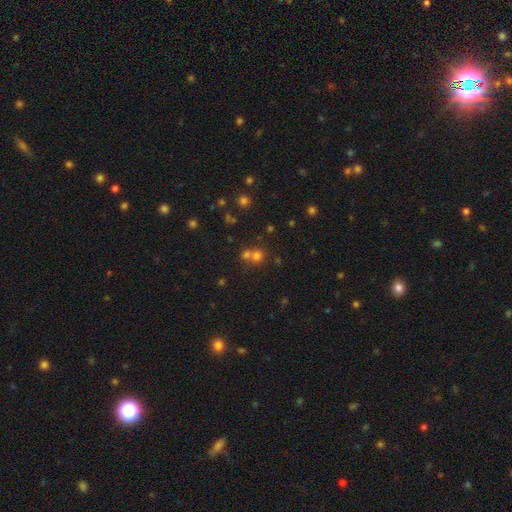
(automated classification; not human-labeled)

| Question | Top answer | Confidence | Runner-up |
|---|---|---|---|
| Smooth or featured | smooth | 62% | star or artifact (26%) |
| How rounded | round | 88% | in between (11%) |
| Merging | none | 49% | merger (42%) |